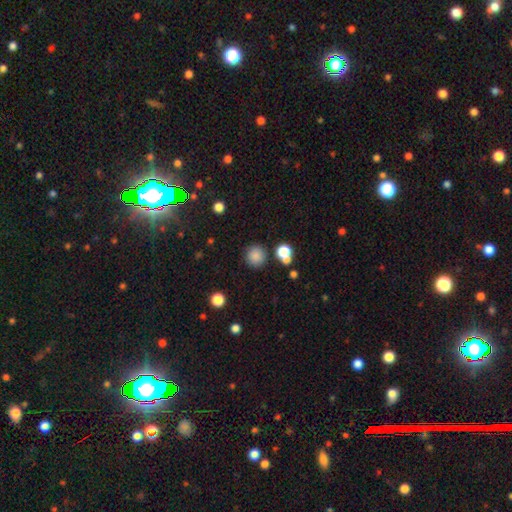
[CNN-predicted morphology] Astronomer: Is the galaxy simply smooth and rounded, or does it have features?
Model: smooth — 84%.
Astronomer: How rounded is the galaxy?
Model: round — 92%.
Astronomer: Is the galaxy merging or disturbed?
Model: none — 81%.